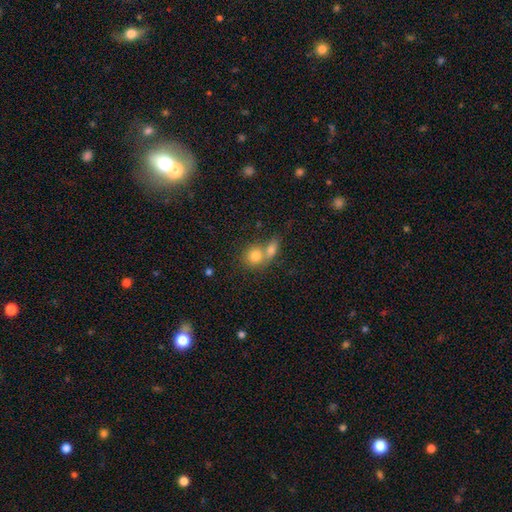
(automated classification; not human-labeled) The model was most divided on "merging": merger: 60%, none: 30%, minor disturbance: 6%, major disturbance: 3%. More confident: smooth or featured — smooth (79%); how rounded — round (71%).